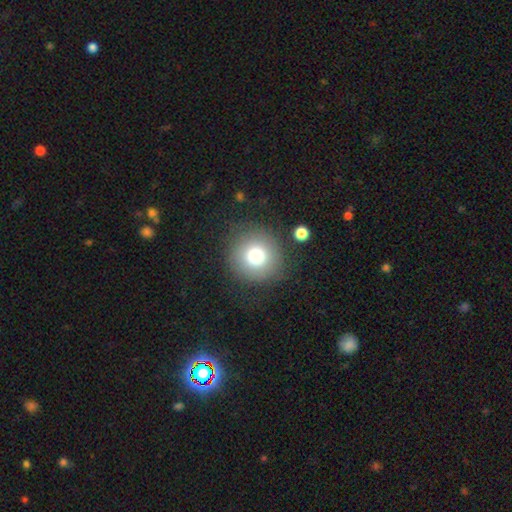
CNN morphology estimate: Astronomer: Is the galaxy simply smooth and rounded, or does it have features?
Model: smooth — 76%.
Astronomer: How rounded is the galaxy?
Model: round — 95%.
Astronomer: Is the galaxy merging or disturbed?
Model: none — 84%.